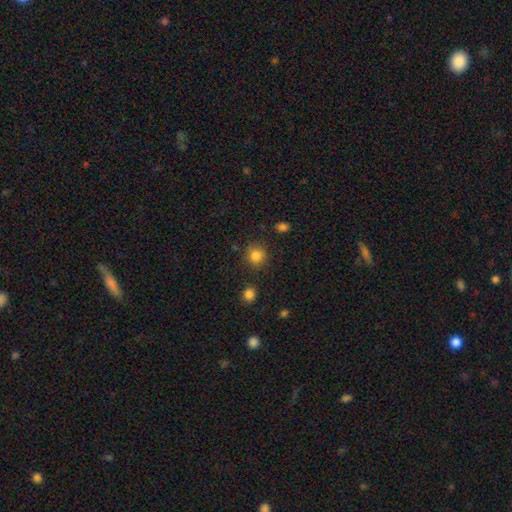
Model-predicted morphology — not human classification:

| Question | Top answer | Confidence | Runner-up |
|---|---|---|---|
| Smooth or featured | smooth | 84% | star or artifact (11%) |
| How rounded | round | 89% | in between (10%) |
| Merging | none | 85% | minor disturbance (9%) |